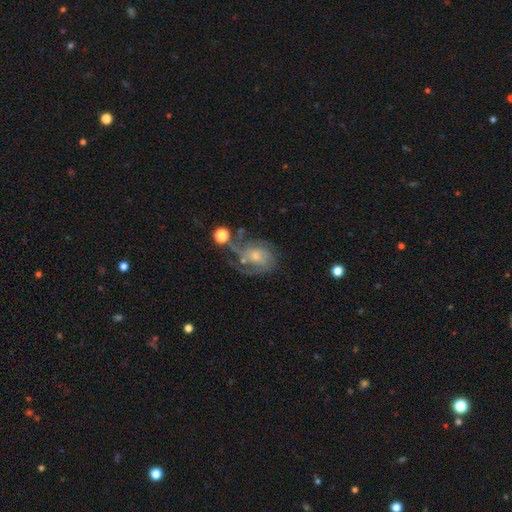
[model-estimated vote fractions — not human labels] smooth_or_featured: featured or disk (p=0.75) [alt: smooth p=0.14]
disk_edge_on: no (p=0.97) [alt: yes p=0.03]
bar: no (p=0.72) [alt: weak p=0.24]
has_spiral_arms: yes (p=0.91) [alt: no p=0.09]
spiral_winding: tight (p=0.46) [alt: medium p=0.39]
spiral_arm_count: can't tell (p=0.36) [alt: 3 p=0.22]
bulge_size: small (p=0.51) [alt: moderate p=0.40]
merging: none (p=0.50) [alt: major disturbance p=0.22]